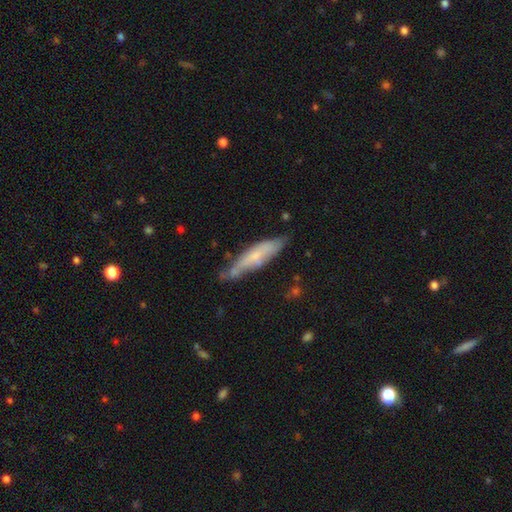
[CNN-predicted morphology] type=smooth (48%); merging=none (58%).